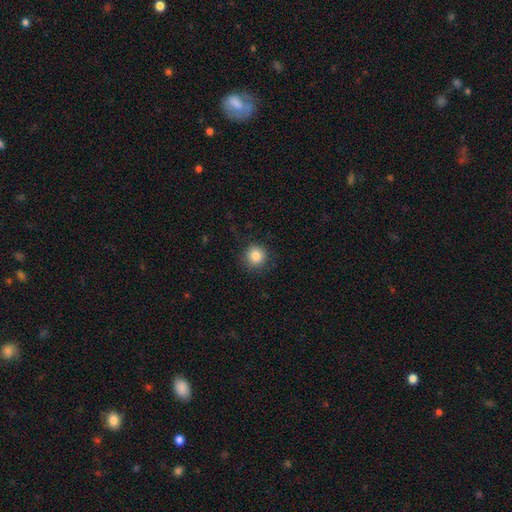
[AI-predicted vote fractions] Morphology: type=smooth (84%); roundness=round (92%); merging=none (86%).